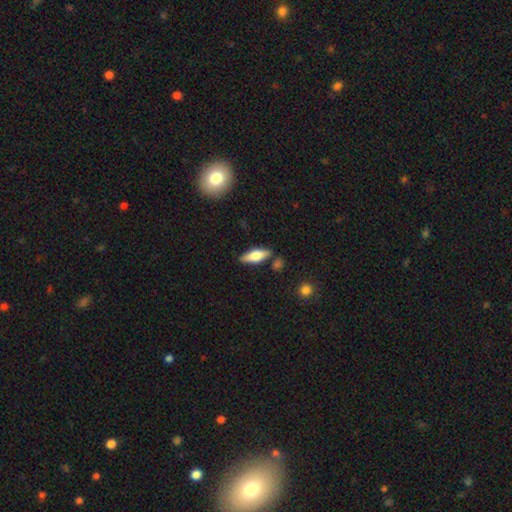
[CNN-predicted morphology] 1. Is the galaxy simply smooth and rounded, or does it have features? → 57% smooth, 36% featured or disk, 6% star or artifact.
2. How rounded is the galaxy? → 62% in between, 35% cigar-shaped, 3% round.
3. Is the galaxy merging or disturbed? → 82% none, 11% minor disturbance, 4% merger, 3% major disturbance.